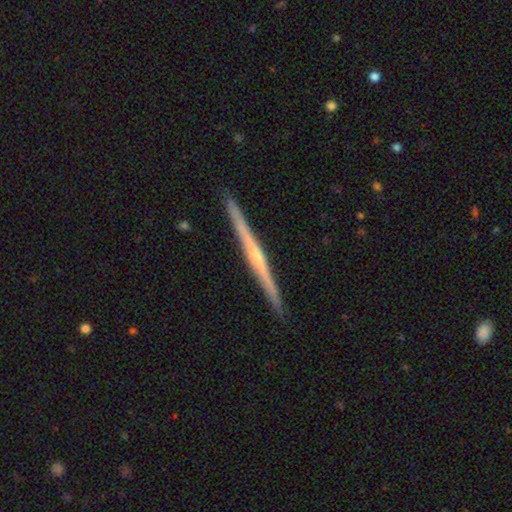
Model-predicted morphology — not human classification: Smooth or featured? featured or disk (80%)
Edge-on disk? yes (99%)
Edge-on bulge? rounded (63%)
Merging? none (93%)